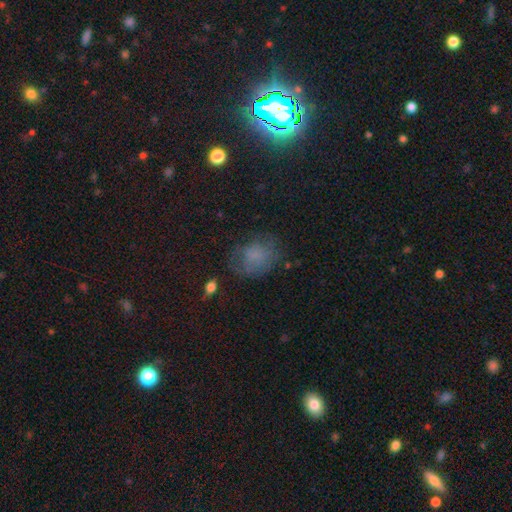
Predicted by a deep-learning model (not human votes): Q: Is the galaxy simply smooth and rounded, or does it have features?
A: smooth — 61%.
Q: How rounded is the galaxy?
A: in between — 54%.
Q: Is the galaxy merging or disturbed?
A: none — 57%.